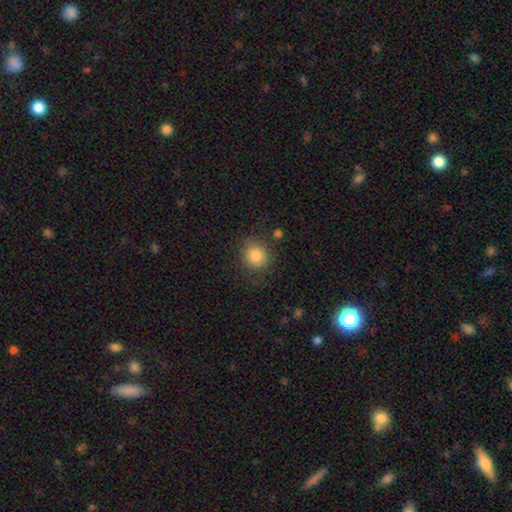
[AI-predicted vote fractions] This is clearly a smooth galaxy (83%). How rounded: clearly round (84%). Merging: likely none (79%).